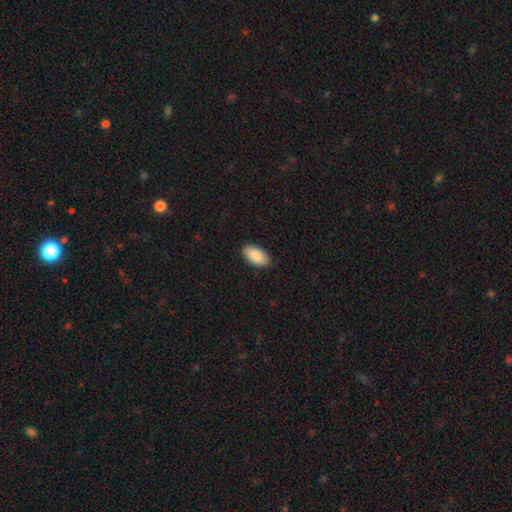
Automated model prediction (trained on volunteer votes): A smooth galaxy with no disk features (89%) that is in between round and cigar-shaped (96%).

Vote fractions:
- Smooth or featured? smooth: 89% / star or artifact: 6% / featured or disk: 5%
- How rounded? in between: 96% / round: 3% / cigar-shaped: 2%
- Merging? none: 89% / minor disturbance: 9% / major disturbance: 2% / merger: 1%